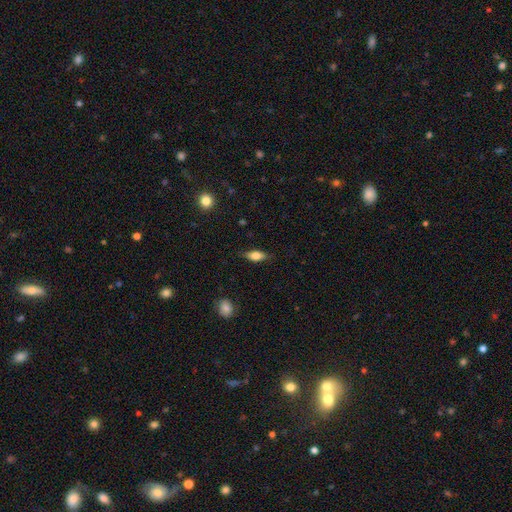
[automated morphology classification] Q: Smooth or featured?
A: smooth (72%); runner-up: featured or disk (21%)
Q: How rounded?
A: in between (76%); runner-up: cigar-shaped (20%)
Q: Merging?
A: none (80%); runner-up: minor disturbance (15%)